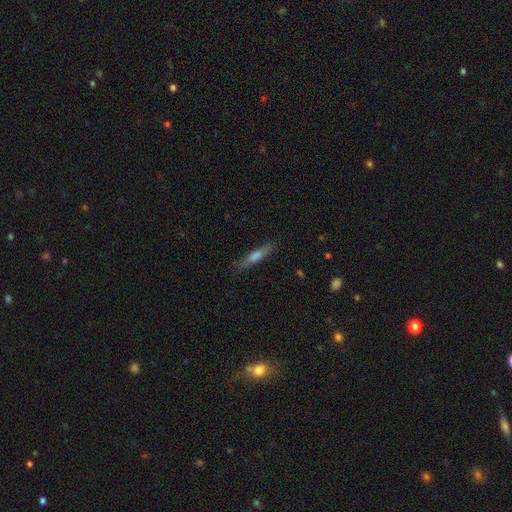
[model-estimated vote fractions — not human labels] A smooth galaxy with no disk features (50%) that is cigar-shaped (89%).

Vote fractions:
- Smooth or featured? smooth: 50% / featured or disk: 42% / star or artifact: 8%
- How rounded? cigar-shaped: 89% / in between: 10% / round: 2%
- Merging? none: 84% / minor disturbance: 12% / major disturbance: 3% / merger: 1%